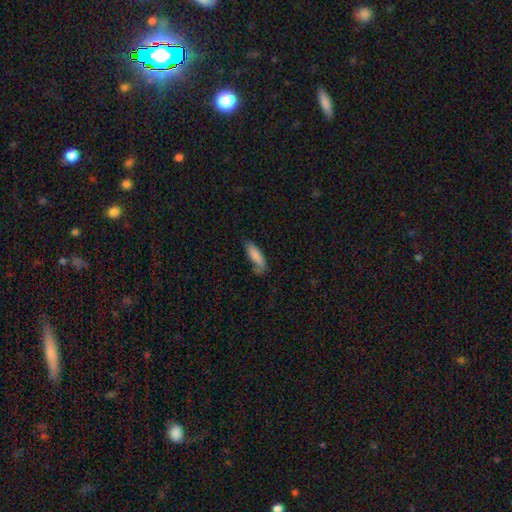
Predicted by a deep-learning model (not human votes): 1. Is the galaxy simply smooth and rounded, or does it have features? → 83% smooth, 10% featured or disk, 7% star or artifact.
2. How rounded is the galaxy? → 50% cigar-shaped, 48% in between, 2% round.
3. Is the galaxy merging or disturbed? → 53% none, 31% minor disturbance, 11% major disturbance, 5% merger.